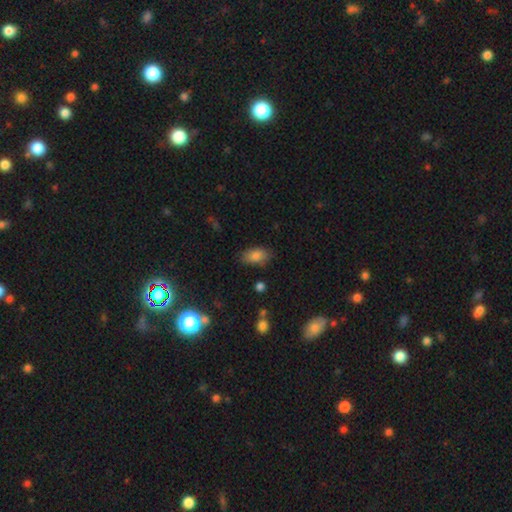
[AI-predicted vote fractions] This is clearly a smooth galaxy (84%). How rounded: clearly in between (91%). Merging: likely none (79%).